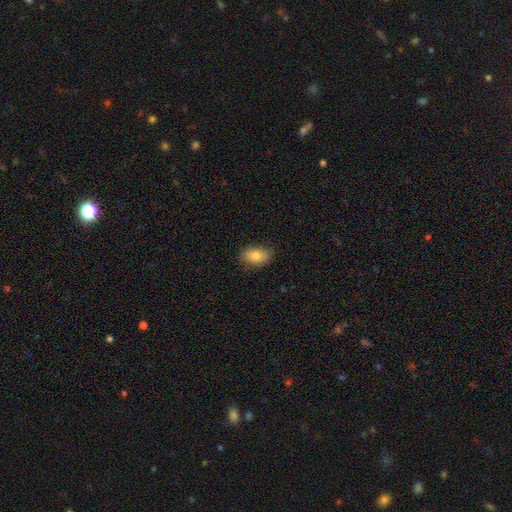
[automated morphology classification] Smooth or featured?
  - smooth: 80% *
  - featured or disk: 12%
  - star or artifact: 8%
How rounded?
  - in between: 86% *
  - round: 12%
  - cigar-shaped: 2%
Merging?
  - none: 81% *
  - minor disturbance: 15%
  - major disturbance: 3%
  - merger: 1%